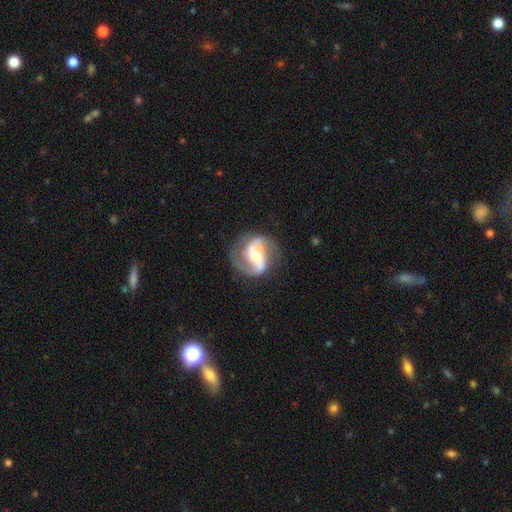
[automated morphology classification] Overall: featured or disk (88%). Edge-on disk: no (98%). Bar: weak (37%; strong 33%). Spiral arms: yes (97%). Spiral arm count: 2 (91%). Spiral winding: medium (51%; loose 33%). Bulge size: moderate (55%; small 36%). Merging: none (78%).